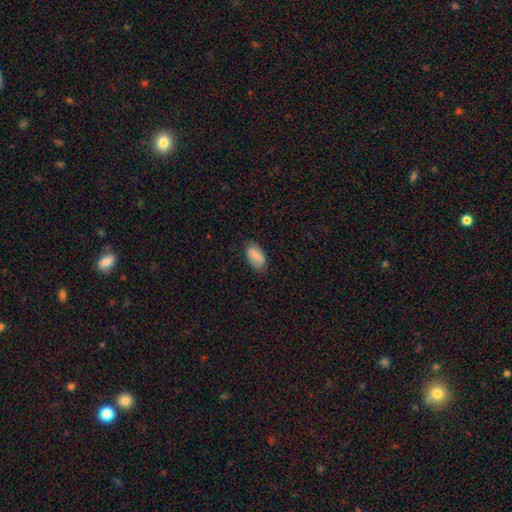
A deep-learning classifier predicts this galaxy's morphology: Smooth or featured?
  - smooth: 81% *
  - featured or disk: 13%
  - star or artifact: 7%
How rounded?
  - in between: 94% *
  - round: 4%
  - cigar-shaped: 2%
Merging?
  - none: 78% *
  - minor disturbance: 18%
  - major disturbance: 4%
  - merger: 1%